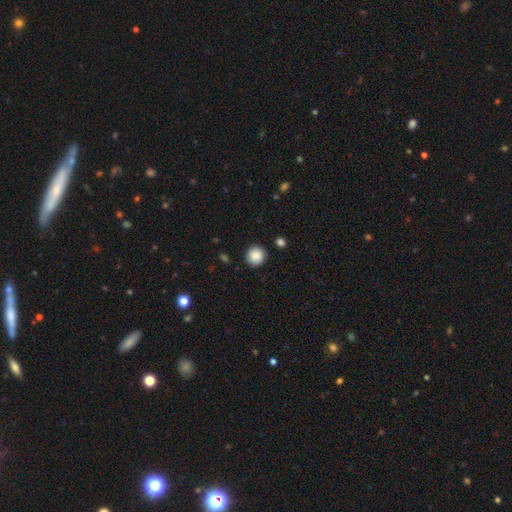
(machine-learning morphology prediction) smooth 88%, star or artifact 8%, featured or disk 4%. Down the decision tree: how rounded — round (92%); merging — none (90%).